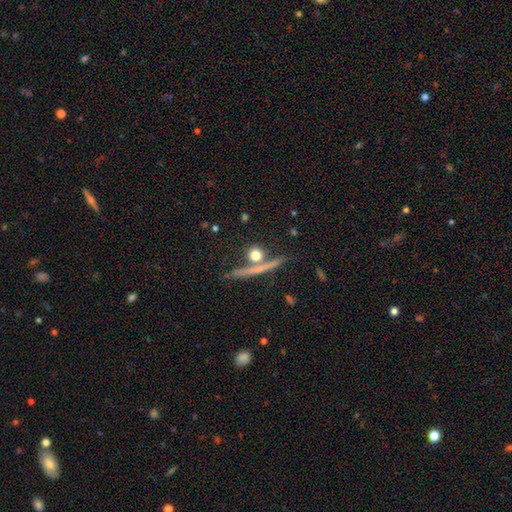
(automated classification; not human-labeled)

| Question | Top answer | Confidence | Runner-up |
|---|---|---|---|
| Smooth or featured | smooth | 66% | featured or disk (22%) |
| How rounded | round | 69% | cigar-shaped (20%) |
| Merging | none | 69% | merger (16%) |